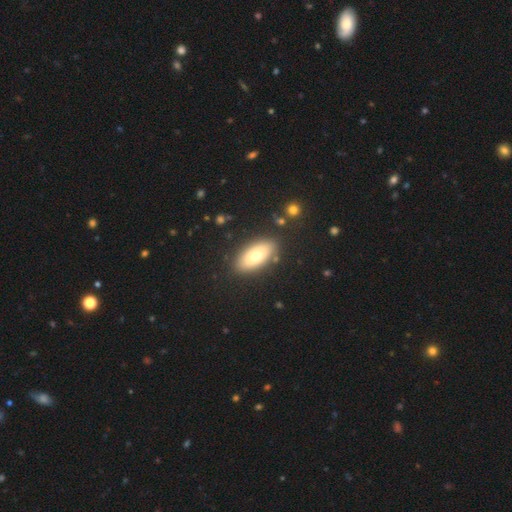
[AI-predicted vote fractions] The model was most divided on "smooth or featured": smooth: 72%, featured or disk: 21%, star or artifact: 7%. More confident: how rounded — in between (88%); merging — none (85%).